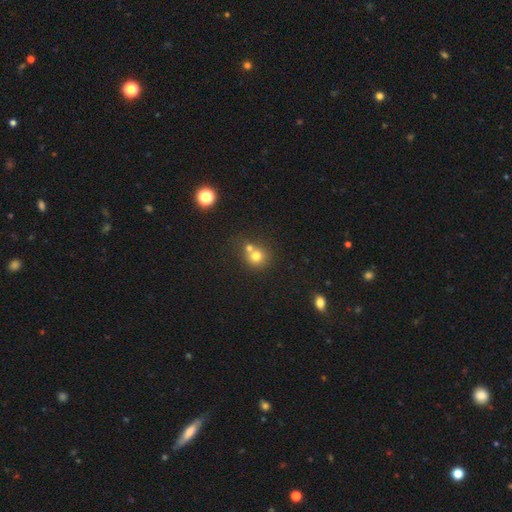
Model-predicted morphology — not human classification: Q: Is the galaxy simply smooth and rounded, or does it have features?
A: smooth — 74%.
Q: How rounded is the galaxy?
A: round — 87%.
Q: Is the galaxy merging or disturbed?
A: merger — 46%.